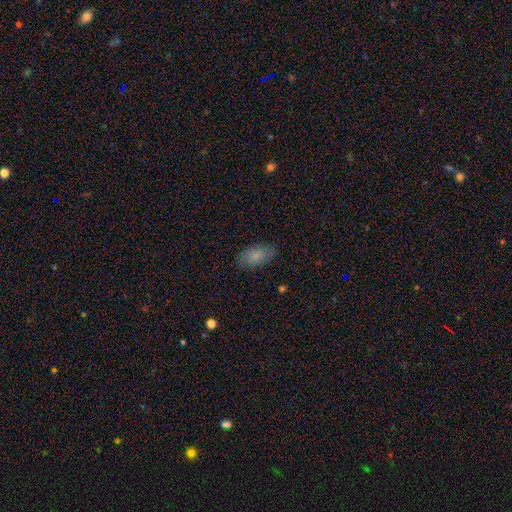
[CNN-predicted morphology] Overall: smooth (77%). How rounded: in between (93%). Merging: none (81%).